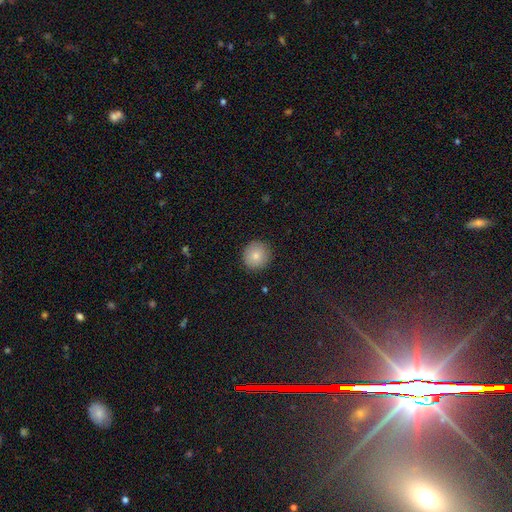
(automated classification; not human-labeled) Smooth or featured: smooth — 82% (featured or disk — 9%)
How rounded: round — 94% (in between — 5%)
Merging: none — 90% (minor disturbance — 7%)